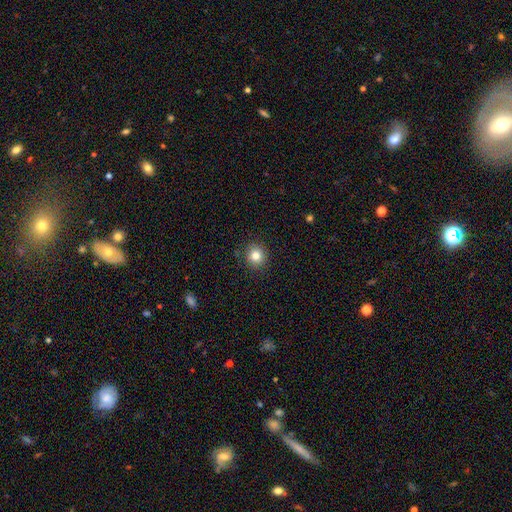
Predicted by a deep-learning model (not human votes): Overall: smooth (82%). How rounded: round (90%). Merging: none (90%).